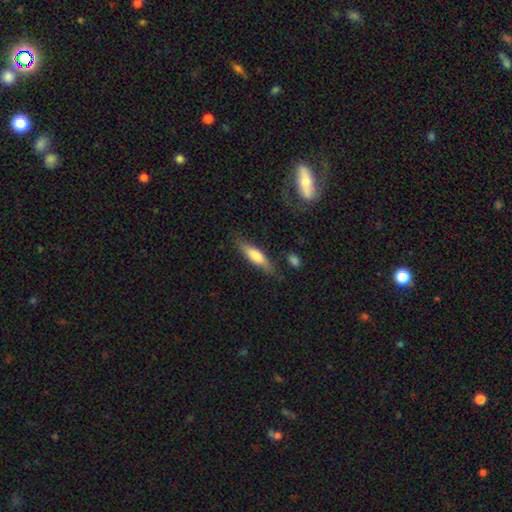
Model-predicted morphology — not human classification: Smooth or featured? smooth (63%)
How rounded? cigar-shaped (64%)
Merging? none (72%)